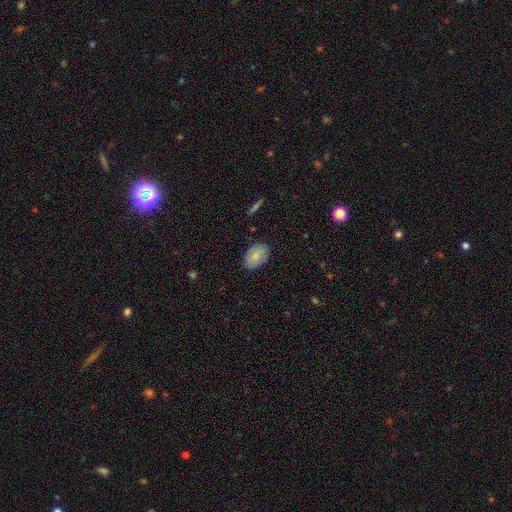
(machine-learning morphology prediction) Smooth or featured: smooth — 81% (featured or disk — 12%)
How rounded: in between — 89% (round — 10%)
Merging: none — 83% (minor disturbance — 13%)